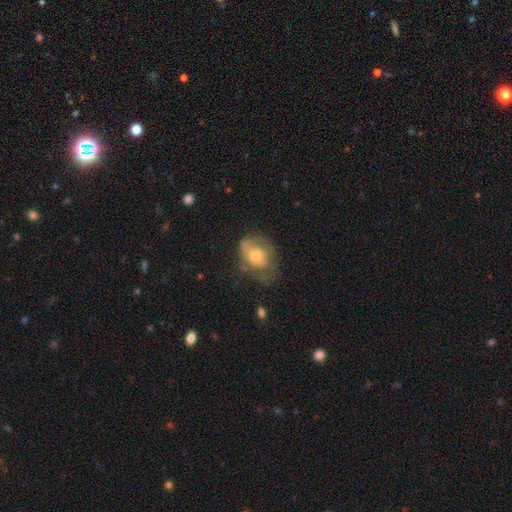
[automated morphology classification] The model was most divided on "smooth or featured": featured or disk: 51%, smooth: 40%, star or artifact: 8%. Remaining: edge-on disk — no (95%); merging — none (45%).